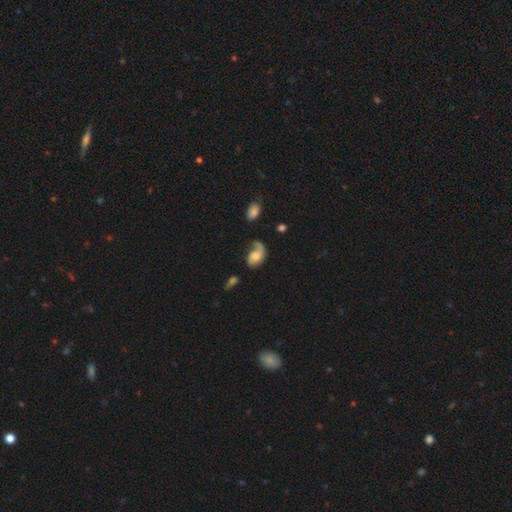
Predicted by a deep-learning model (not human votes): Smooth or featured? Predicted: featured or disk (p=0.56). Edge-on disk? Predicted: no (p=0.97). Bar? Predicted: no (p=0.71). Spiral arms? Predicted: yes (p=0.86). Bulge size? Predicted: moderate (p=0.32). Merging? Predicted: none (p=0.36).